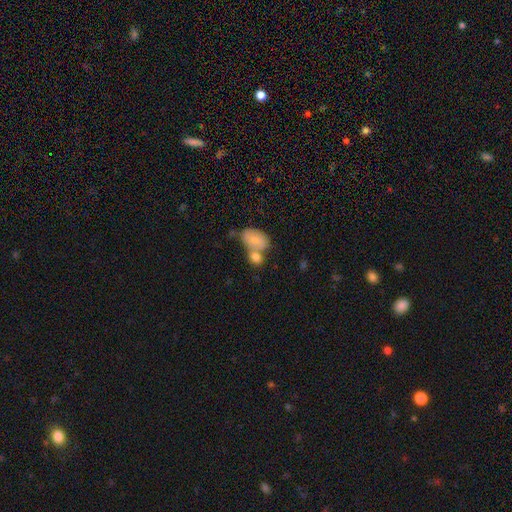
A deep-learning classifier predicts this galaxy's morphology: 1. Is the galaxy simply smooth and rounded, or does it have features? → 76% smooth, 15% featured or disk, 9% star or artifact.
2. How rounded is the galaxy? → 69% in between, 29% round, 2% cigar-shaped.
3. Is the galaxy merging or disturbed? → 50% merger, 34% none, 11% minor disturbance, 5% major disturbance.